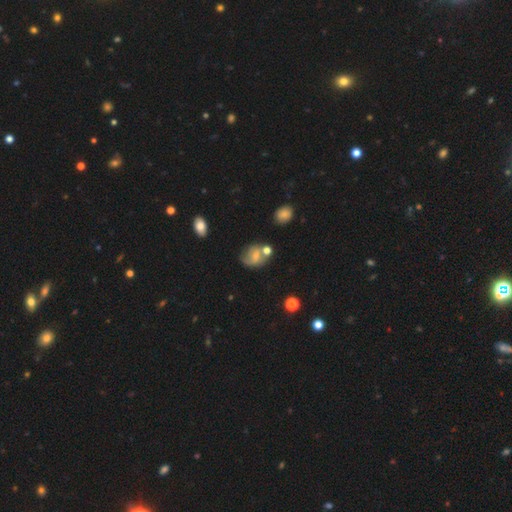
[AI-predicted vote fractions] This is possibly a smooth galaxy (50%). How rounded: possibly round (50%). Merging: possibly none (48%).